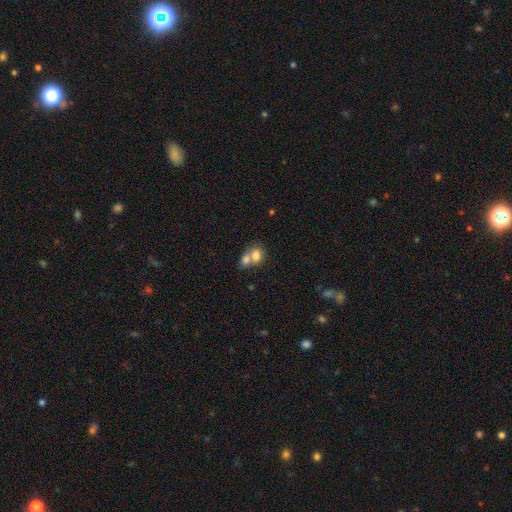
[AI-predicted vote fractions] Overall: smooth (76%). How rounded: round (53%; in between 46%). Merging: merger (67%).